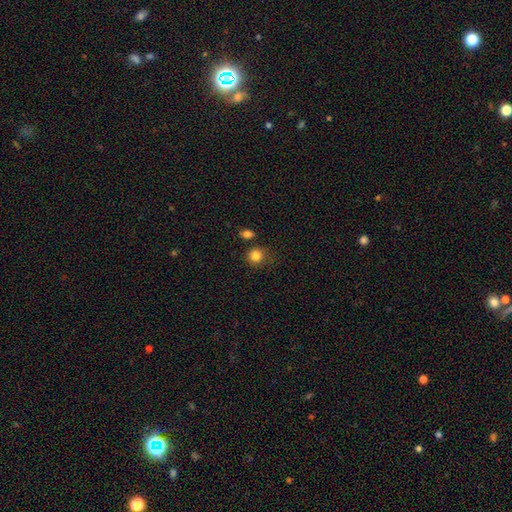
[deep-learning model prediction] Smooth or featured: smooth — 84% (star or artifact — 11%)
How rounded: round — 84% (in between — 15%)
Merging: none — 74% (minor disturbance — 15%)